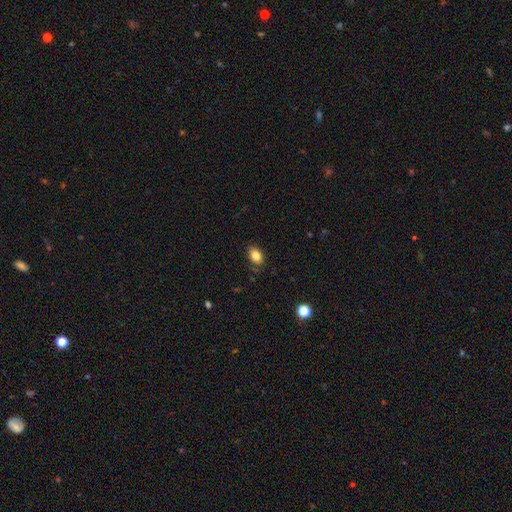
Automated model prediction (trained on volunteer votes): This appears to be a smooth galaxy with no disk features (83%) that is in between round and cigar-shaped (86%). Merging: none (82%).